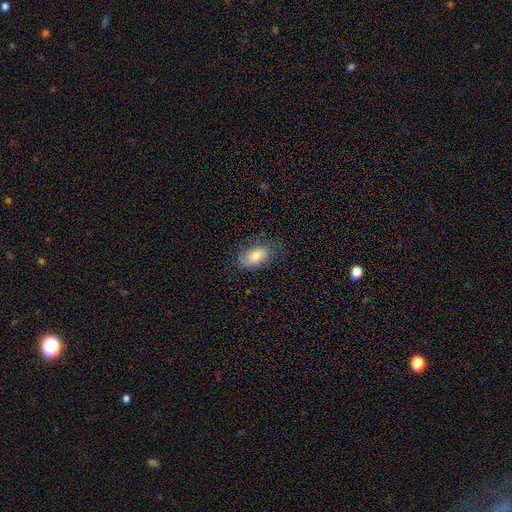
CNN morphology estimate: type=smooth (72%); roundness=in between (89%); merging=none (66%).